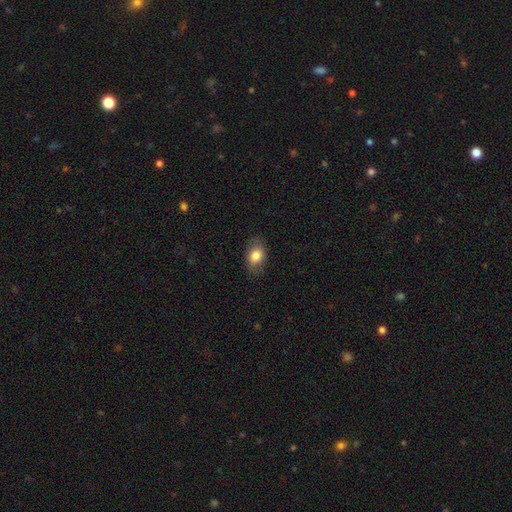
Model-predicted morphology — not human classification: Q: Smooth or featured?
A: smooth (80%); runner-up: featured or disk (13%)
Q: How rounded?
A: in between (83%); runner-up: round (15%)
Q: Merging?
A: none (80%); runner-up: minor disturbance (15%)